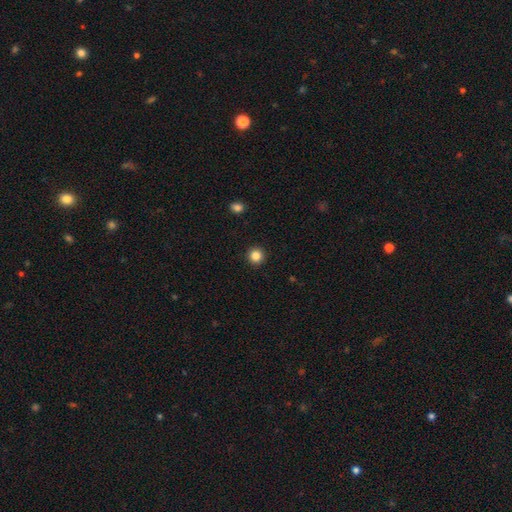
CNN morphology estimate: The model was most divided on "smooth or featured": smooth: 85%, star or artifact: 11%, featured or disk: 4%. More confident: how rounded — round (95%); merging — none (93%).